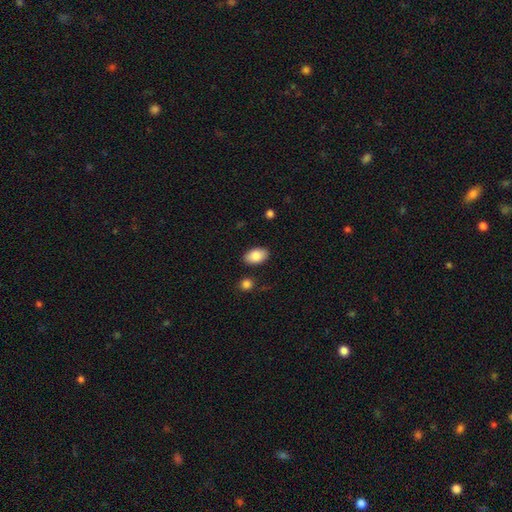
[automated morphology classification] A smooth galaxy with no disk features (87%) that is in between round and cigar-shaped (92%).

Vote fractions:
- Smooth or featured? smooth: 87% / featured or disk: 7% / star or artifact: 7%
- How rounded? in between: 92% / round: 6% / cigar-shaped: 1%
- Merging? none: 86% / minor disturbance: 9% / merger: 2% / major disturbance: 2%